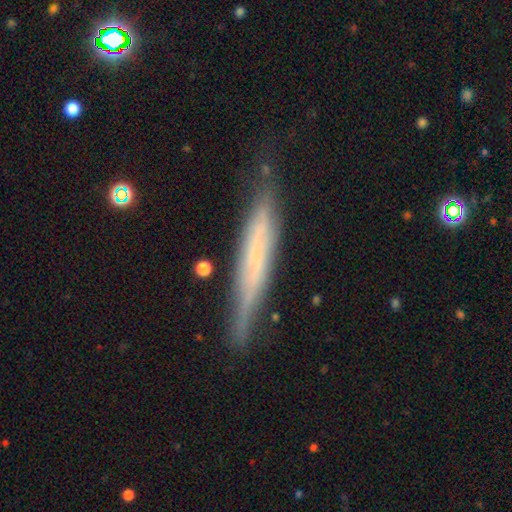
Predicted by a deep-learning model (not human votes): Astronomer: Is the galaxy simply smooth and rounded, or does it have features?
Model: featured or disk — 56% (runner-up: smooth, 37%).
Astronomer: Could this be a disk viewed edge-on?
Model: yes — 90%.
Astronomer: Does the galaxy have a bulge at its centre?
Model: none — 65%.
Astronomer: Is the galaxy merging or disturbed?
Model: none — 72%.